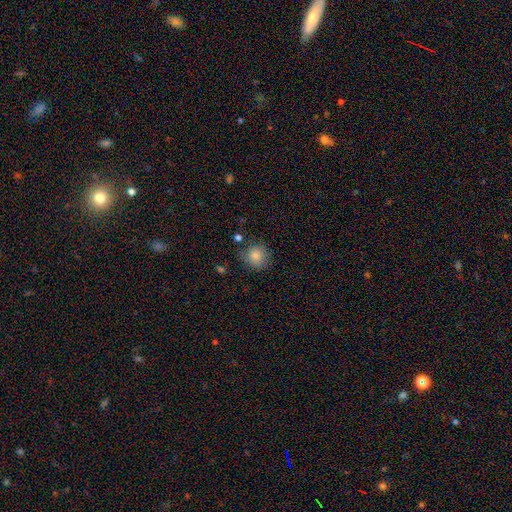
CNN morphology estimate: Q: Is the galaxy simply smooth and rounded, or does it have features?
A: smooth — 84%.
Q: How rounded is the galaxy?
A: round — 89%.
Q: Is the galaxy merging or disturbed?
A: none — 77%.